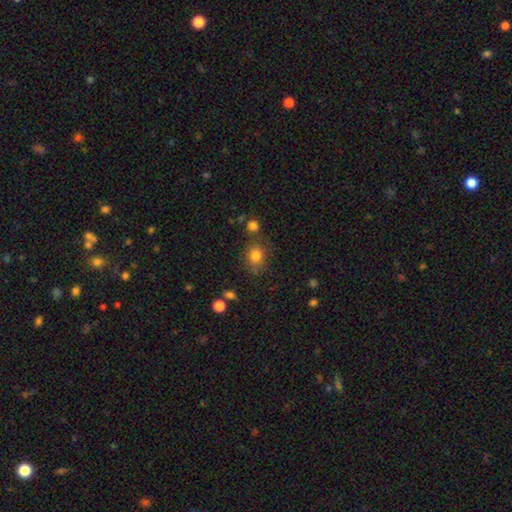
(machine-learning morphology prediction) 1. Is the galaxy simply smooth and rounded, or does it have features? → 80% smooth, 12% star or artifact, 8% featured or disk.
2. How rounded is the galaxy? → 55% round, 44% in between, 1% cigar-shaped.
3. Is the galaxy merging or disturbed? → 72% none, 15% minor disturbance, 8% merger, 5% major disturbance.